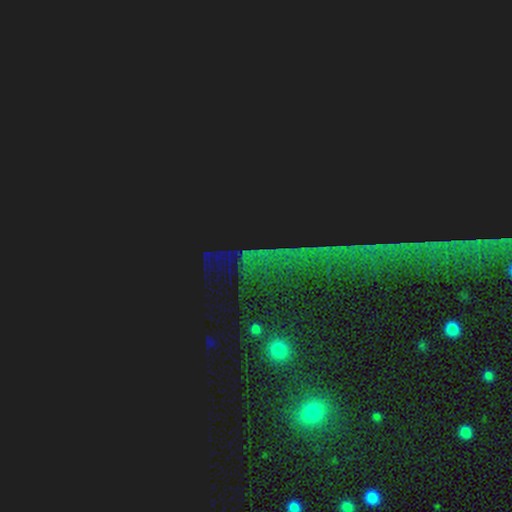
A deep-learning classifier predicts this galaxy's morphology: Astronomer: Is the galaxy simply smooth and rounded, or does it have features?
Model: star or artifact — 82%.